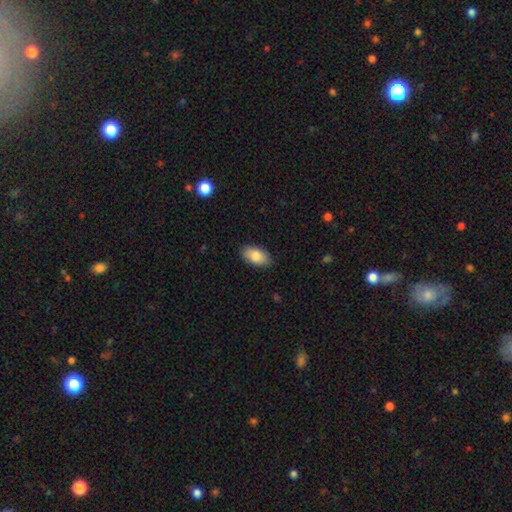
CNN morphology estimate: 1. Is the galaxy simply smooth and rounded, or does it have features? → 83% smooth, 10% featured or disk, 6% star or artifact.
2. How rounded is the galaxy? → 94% in between, 4% round, 2% cigar-shaped.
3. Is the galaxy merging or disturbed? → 86% none, 11% minor disturbance, 2% major disturbance, 1% merger.